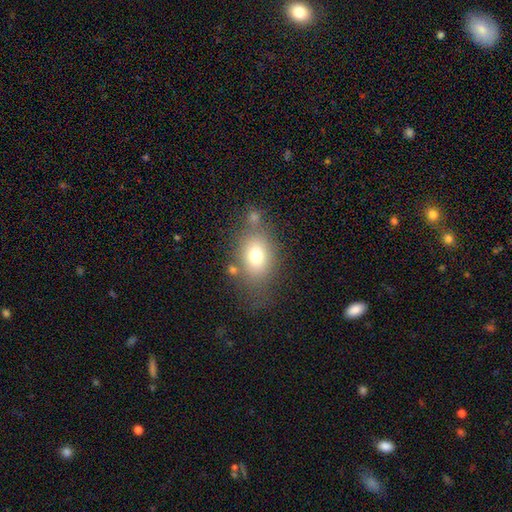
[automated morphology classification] This is likely a smooth galaxy (72%). How rounded: likely in between (66%). Merging: possibly none (59%).